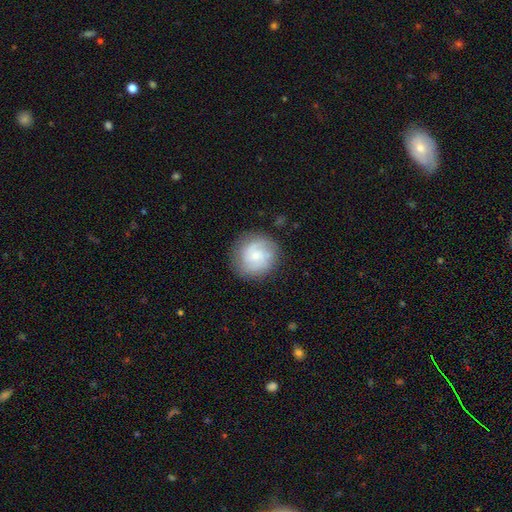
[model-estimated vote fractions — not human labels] featured or disk 54%, smooth 38%, star or artifact 8%. Down the decision tree: edge-on disk — no (98%); bar — no (70%); spiral arms — yes (87%); bulge size — small (71%); merging — none (82%).